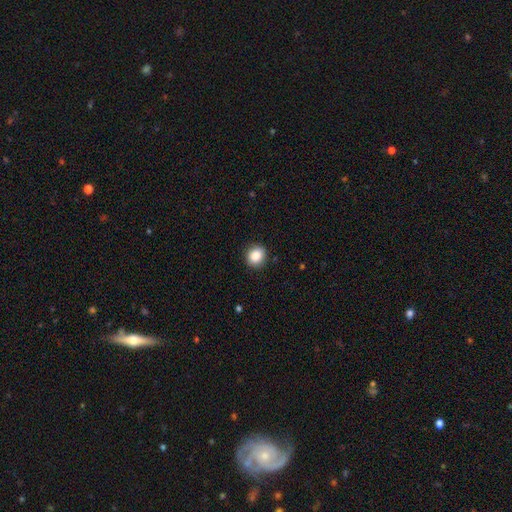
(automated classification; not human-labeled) Q: Smooth or featured?
A: smooth (87%); runner-up: star or artifact (9%)
Q: How rounded?
A: round (76%); runner-up: in between (23%)
Q: Merging?
A: none (90%); runner-up: minor disturbance (8%)